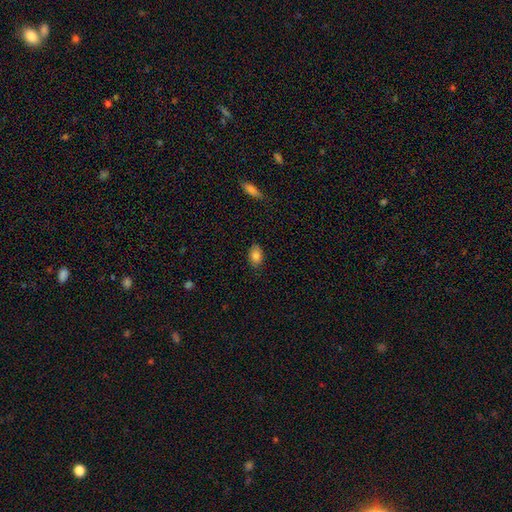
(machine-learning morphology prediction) The model was most divided on "merging": none: 83%, minor disturbance: 13%, major disturbance: 3%, merger: 1%. More confident: how rounded — in between (86%); smooth or featured — smooth (84%).